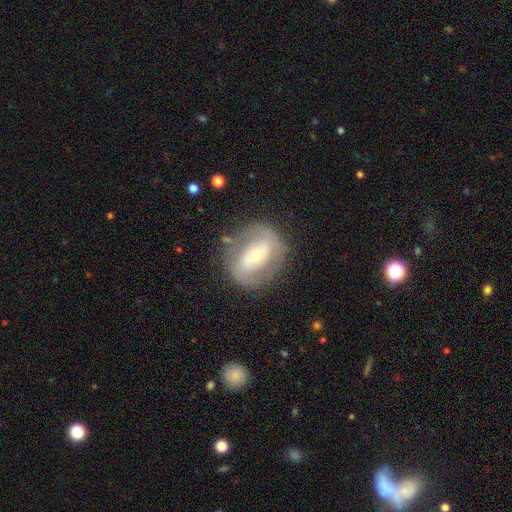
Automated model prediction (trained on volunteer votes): Smooth or featured: featured or disk — 69% (smooth — 24%)
Edge-on disk: no — 95% (yes — 5%)
Bar: no — 35% (strong — 34%)
Spiral arms: yes — 56% (no — 44%)
Bulge size: moderate — 54% (small — 40%)
Merging: none — 78% (minor disturbance — 13%)